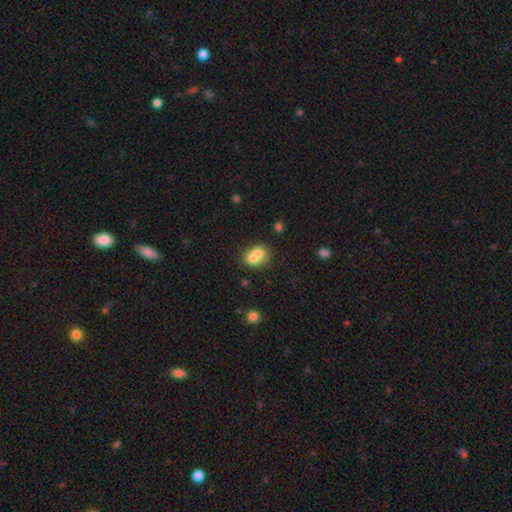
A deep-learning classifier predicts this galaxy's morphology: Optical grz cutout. It shows a smooth galaxy with no disk features (70%) that is round (56%). Merging: merger (65%).